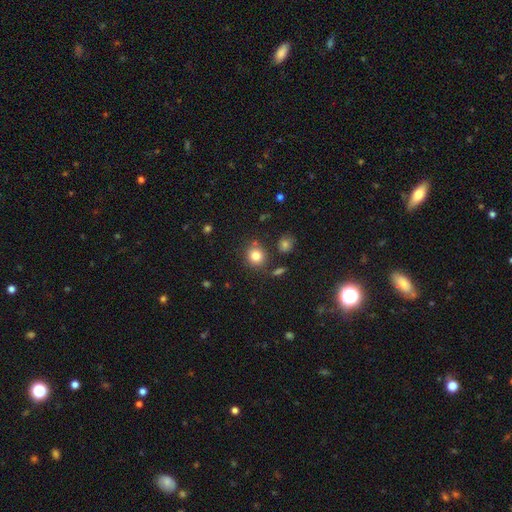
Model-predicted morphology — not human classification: This appears to be a smooth galaxy with no disk features (81%) that is round (86%). Merging: none (79%).